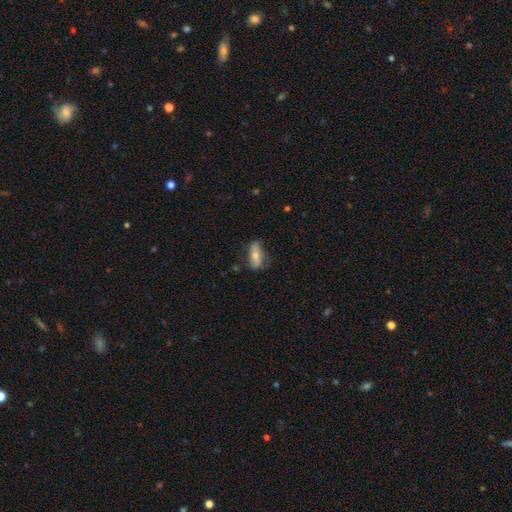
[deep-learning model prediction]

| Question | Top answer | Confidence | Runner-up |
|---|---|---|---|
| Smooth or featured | smooth | 59% | featured or disk (34%) |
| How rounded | in between | 79% | cigar-shaped (17%) |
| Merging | none | 55% | minor disturbance (31%) |